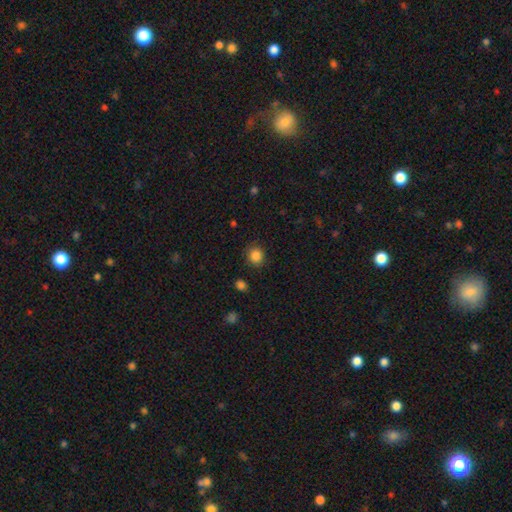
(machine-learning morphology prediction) Smooth or featured?
  - smooth: 85% *
  - star or artifact: 11%
  - featured or disk: 4%
How rounded?
  - round: 87% *
  - in between: 12%
  - cigar-shaped: 1%
Merging?
  - none: 88% *
  - minor disturbance: 8%
  - major disturbance: 2%
  - merger: 1%